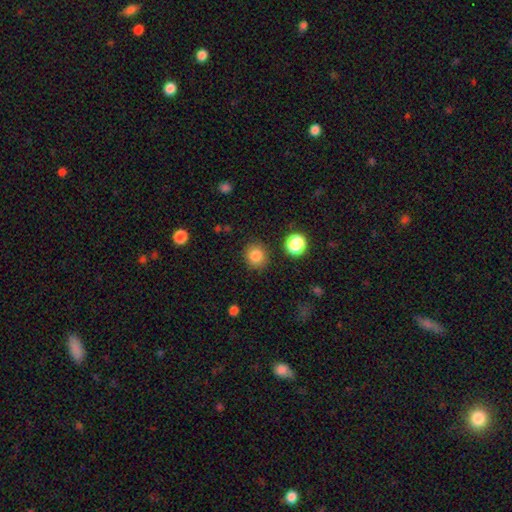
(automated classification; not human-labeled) This is clearly a smooth galaxy (83%). How rounded: clearly round (87%). Merging: clearly none (88%).